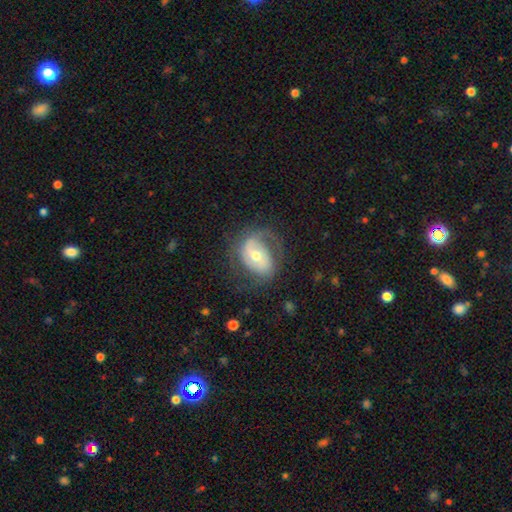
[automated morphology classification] Smooth or featured? featured or disk (66%)
Edge-on disk? no (95%)
Bar? weak (39%)
Spiral arms? yes (74%)
Bulge size? moderate (64%)
Merging? none (56%)